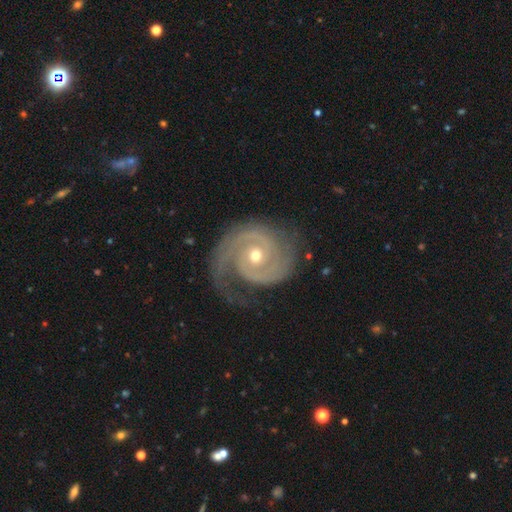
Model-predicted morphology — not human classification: Smooth or featured: featured or disk — 92% (star or artifact — 4%)
Edge-on disk: no — 98% (yes — 2%)
Bar: no — 72% (weak — 22%)
Spiral arms: yes — 98% (no — 2%)
Spiral winding: tight — 64% (medium — 29%)
Spiral arm count: 2 — 73% (3 — 9%)
Bulge size: moderate — 56% (small — 41%)
Merging: none — 70% (minor disturbance — 18%)